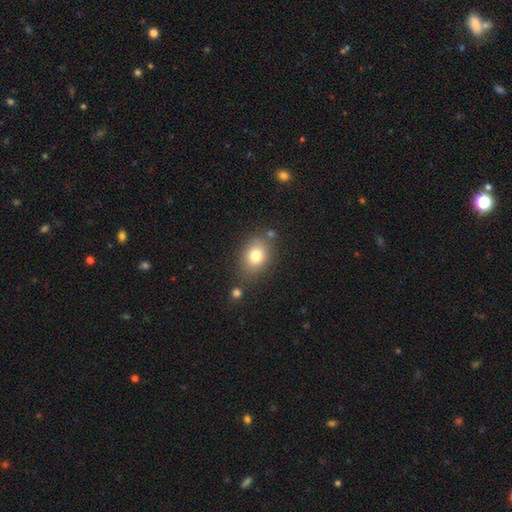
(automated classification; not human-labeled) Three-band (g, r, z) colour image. It shows a smooth galaxy with no disk features (78%) that is in between round and cigar-shaped (61%). Merging: none (72%).